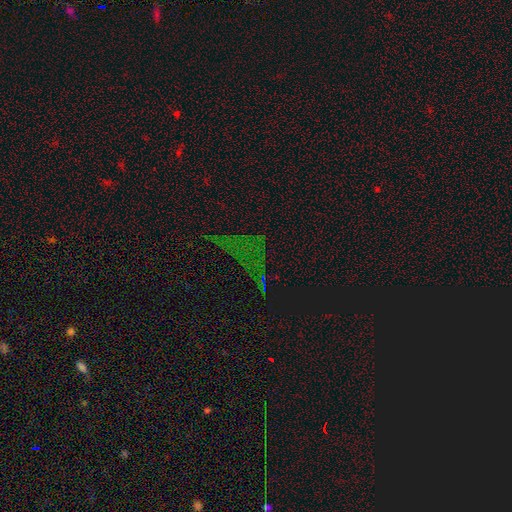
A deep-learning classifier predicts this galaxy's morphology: type=star or artifact (75%).